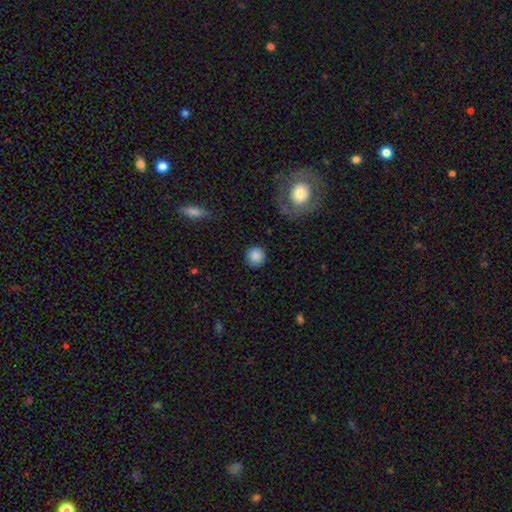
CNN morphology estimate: type=smooth (86%); roundness=round (93%); merging=none (88%).